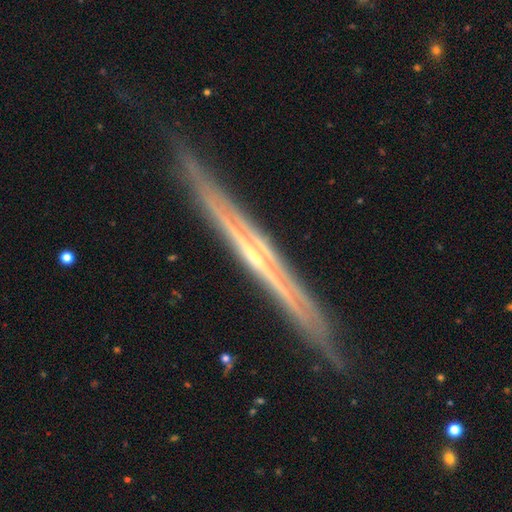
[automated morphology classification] This appears to be a featured or disk galaxy (81%) viewed edge-on (95%) with no central bulge (51%). Merging: none (84%).